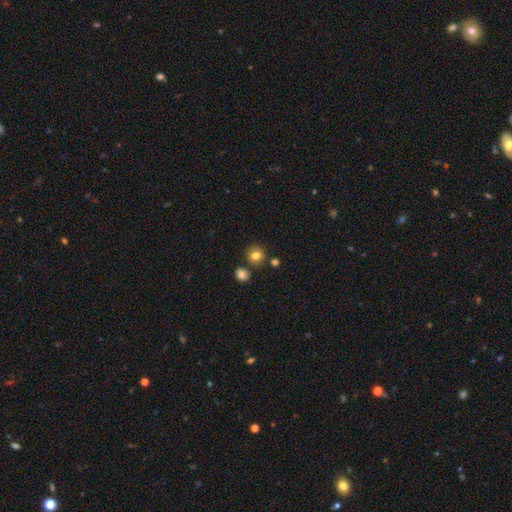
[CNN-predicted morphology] smooth-or-featured: smooth: 80% | star or artifact: 11% | featured or disk: 9%
  how-rounded: round: 84% | in between: 15% | cigar-shaped: 1%
  merging: none: 77% | merger: 10% | minor disturbance: 10% | major disturbance: 3%